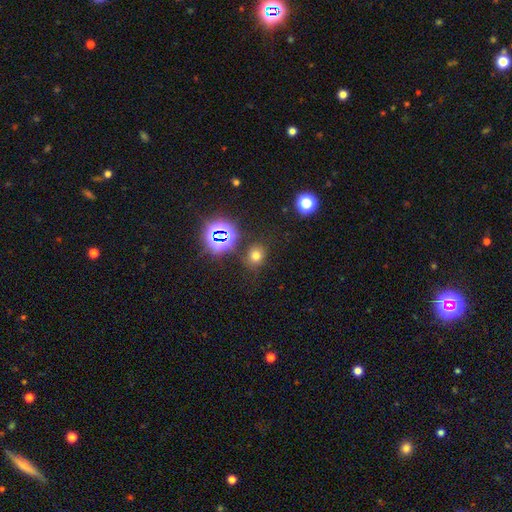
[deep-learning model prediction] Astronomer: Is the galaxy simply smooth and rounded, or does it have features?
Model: smooth — 67%.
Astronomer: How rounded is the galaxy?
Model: round — 67%.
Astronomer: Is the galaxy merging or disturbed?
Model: none — 80%.